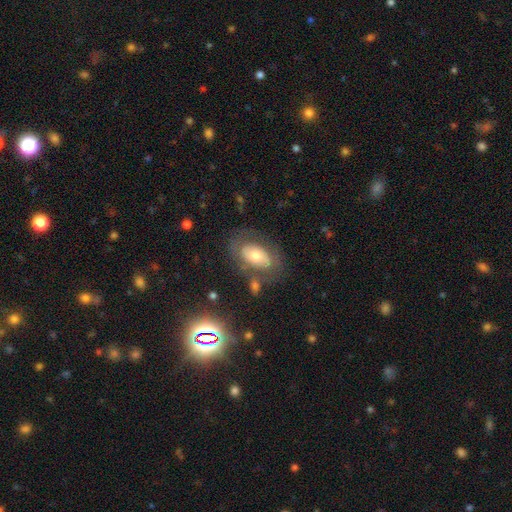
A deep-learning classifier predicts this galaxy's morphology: A smooth galaxy with no disk features (46%). Merging: none (65%).